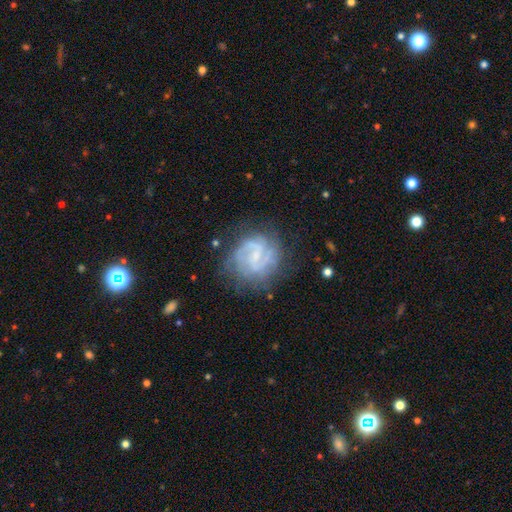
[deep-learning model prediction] featured or disk 81%, smooth 12%, star or artifact 7%. Down the decision tree: edge-on disk — no (98%); bar — weak (55%); spiral arms — yes (93%); spiral arm count — 2 (53%); spiral winding — medium (43%); bulge size — small (60%); merging — none (69%).